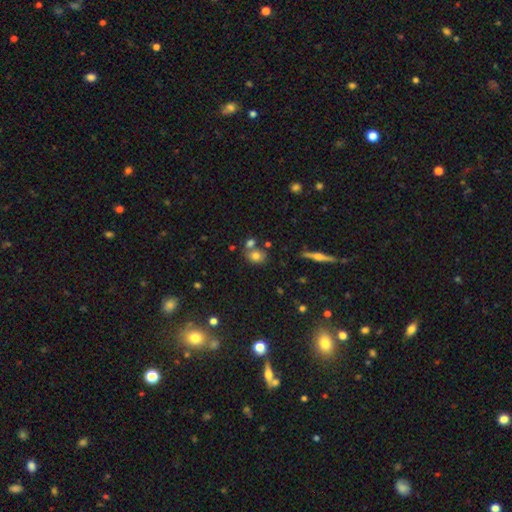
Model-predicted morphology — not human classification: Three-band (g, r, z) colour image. It shows a smooth galaxy with no disk features (73%) that is round (54%). Merging: none (56%).